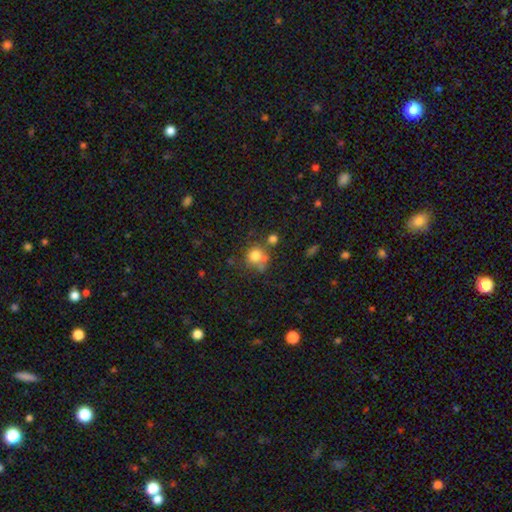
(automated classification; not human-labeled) The model was most divided on "merging": none: 50%, merger: 22%, minor disturbance: 18%, major disturbance: 9%. More confident: how rounded — round (81%); smooth or featured — smooth (77%).